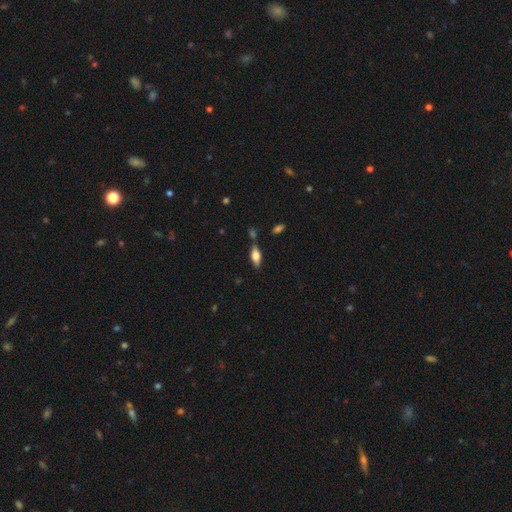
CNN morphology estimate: Smooth or featured: smooth — 54% (featured or disk — 39%)
How rounded: in between — 71% (cigar-shaped — 26%)
Merging: none — 75% (minor disturbance — 14%)